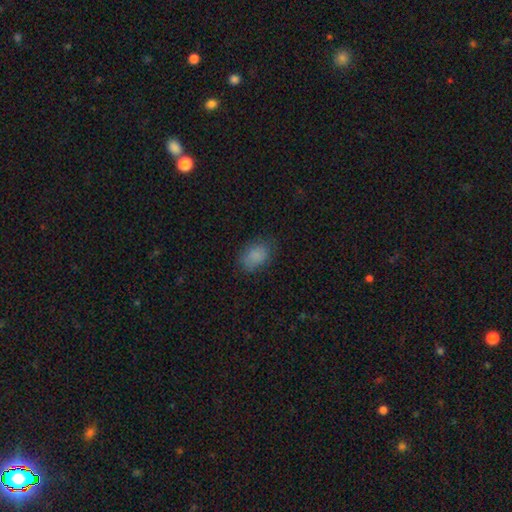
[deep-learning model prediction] smooth-or-featured: smooth: 84% | star or artifact: 9% | featured or disk: 6%
  how-rounded: in between: 79% | round: 20% | cigar-shaped: 1%
  merging: none: 75% | minor disturbance: 18% | major disturbance: 6% | merger: 1%